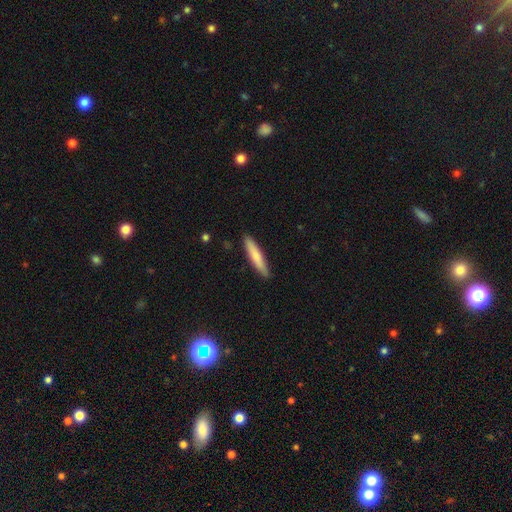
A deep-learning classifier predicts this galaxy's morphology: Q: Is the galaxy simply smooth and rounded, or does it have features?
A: smooth — 75%.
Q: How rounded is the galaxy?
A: cigar-shaped — 90%.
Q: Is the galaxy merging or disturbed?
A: none — 89%.